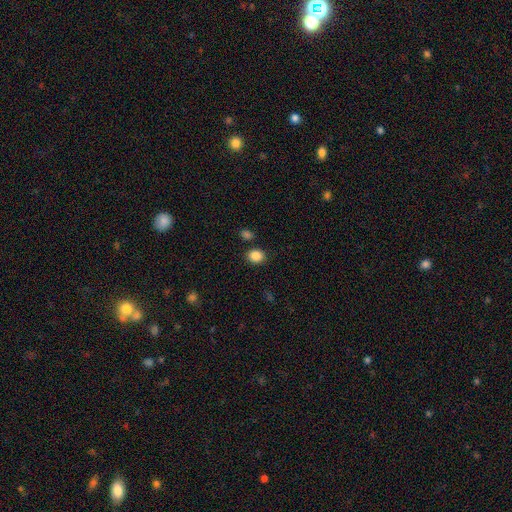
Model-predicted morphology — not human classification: smooth-or-featured: smooth: 86% | star or artifact: 10% | featured or disk: 4%
  how-rounded: round: 66% | in between: 33% | cigar-shaped: 1%
  merging: none: 85% | minor disturbance: 8% | merger: 5% | major disturbance: 3%